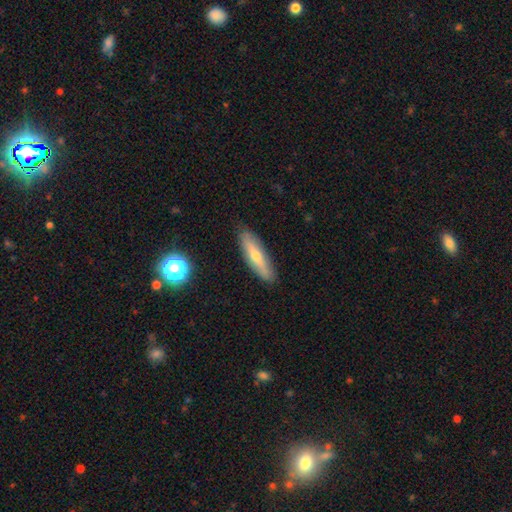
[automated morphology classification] Smooth or featured? Predicted: smooth (p=0.52). How rounded? Predicted: cigar-shaped (p=0.74). Merging? Predicted: none (p=0.87).